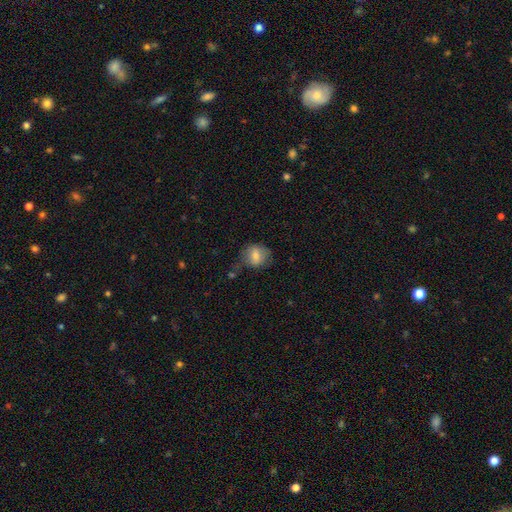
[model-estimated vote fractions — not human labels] This is likely a smooth galaxy (74%). How rounded: likely round (66%). Merging: possibly none (56%).